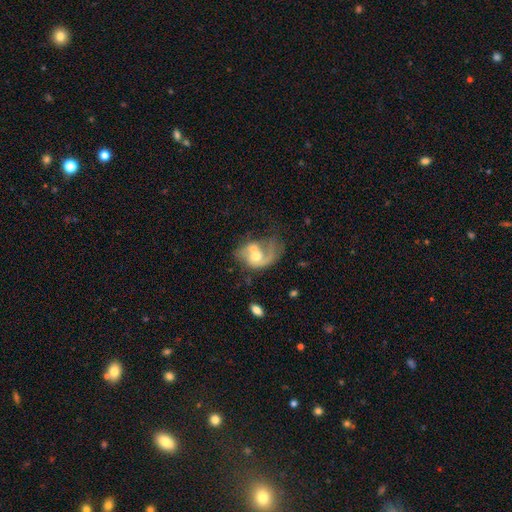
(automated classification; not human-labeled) Smooth or featured: featured or disk — 67% (smooth — 26%)
Edge-on disk: no — 97% (yes — 3%)
Bar: no — 68% (weak — 28%)
Spiral arms: yes — 77% (no — 23%)
Spiral winding: loose — 52% (medium — 35%)
Spiral arm count: 1 — 50% (2 — 38%)
Bulge size: moderate — 65% (small — 22%)
Merging: merger — 52% (major disturbance — 20%)